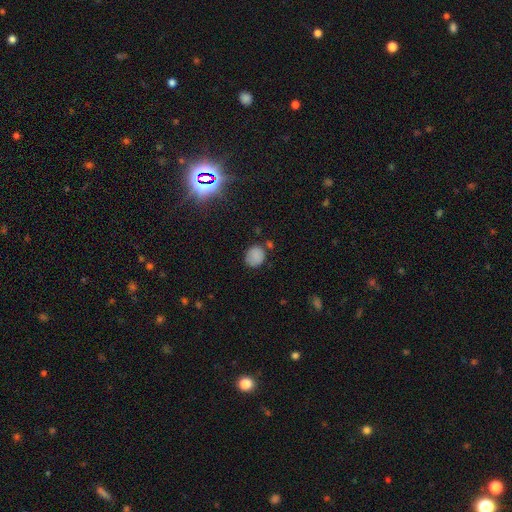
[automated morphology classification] A smooth galaxy with no disk features (83%) that is round (75%). Merging: none (74%).